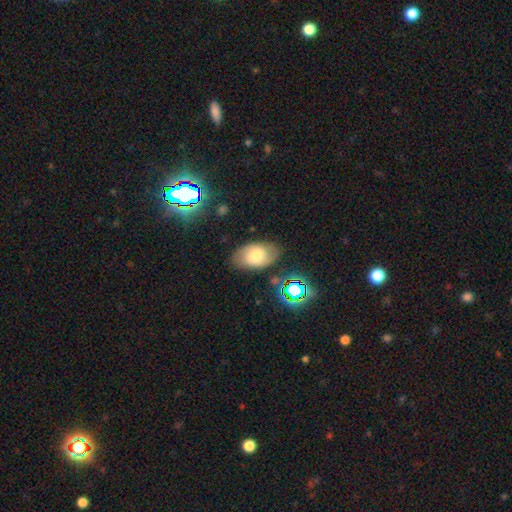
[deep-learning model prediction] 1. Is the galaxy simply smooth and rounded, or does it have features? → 54% smooth, 35% featured or disk, 11% star or artifact.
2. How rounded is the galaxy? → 92% in between, 7% round, 1% cigar-shaped.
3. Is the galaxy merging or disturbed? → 77% none, 16% minor disturbance, 4% major disturbance, 3% merger.